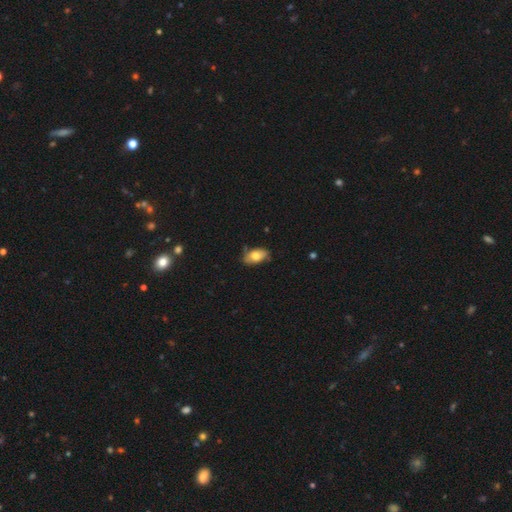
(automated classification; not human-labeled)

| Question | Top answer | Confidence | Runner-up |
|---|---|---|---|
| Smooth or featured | smooth | 74% | featured or disk (18%) |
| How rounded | in between | 92% | round (6%) |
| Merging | none | 66% | minor disturbance (27%) |